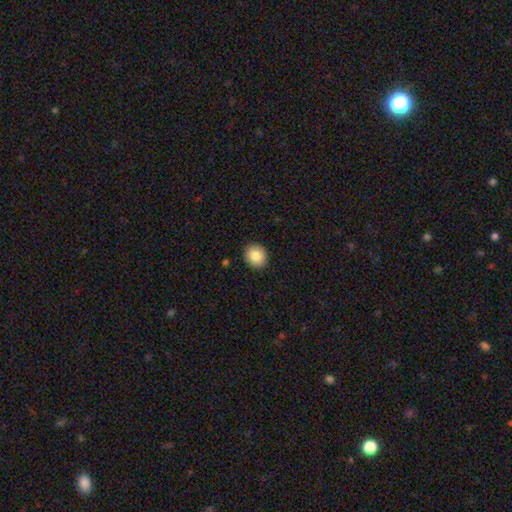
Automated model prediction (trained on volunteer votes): Morphology: type=smooth (85%); roundness=round (79%); merging=none (91%).